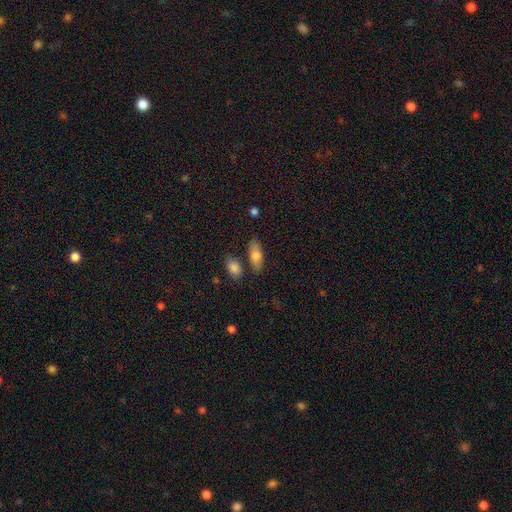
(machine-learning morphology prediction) The model was most divided on "merging": none: 74%, minor disturbance: 14%, merger: 9%, major disturbance: 4%. More confident: how rounded — in between (82%); smooth or featured — smooth (78%).